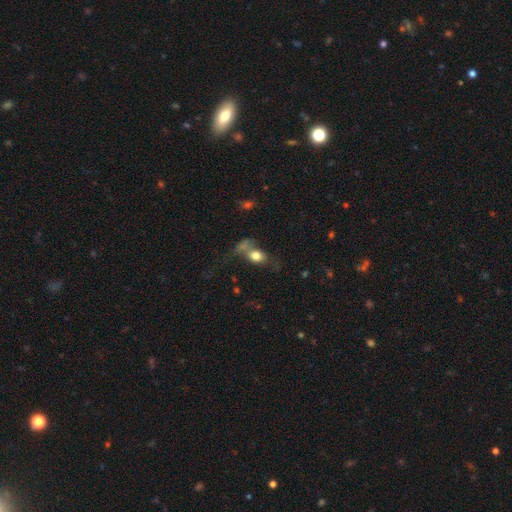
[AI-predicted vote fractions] Q: Smooth or featured?
A: smooth (74%); runner-up: featured or disk (16%)
Q: How rounded?
A: in between (63%); runner-up: round (34%)
Q: Merging?
A: merger (33%); runner-up: none (29%)